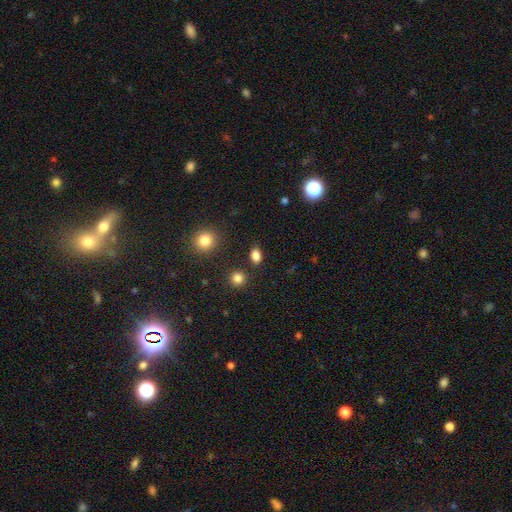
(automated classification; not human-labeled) This is clearly a smooth galaxy (84%). How rounded: likely in between (74%). Merging: clearly none (85%).